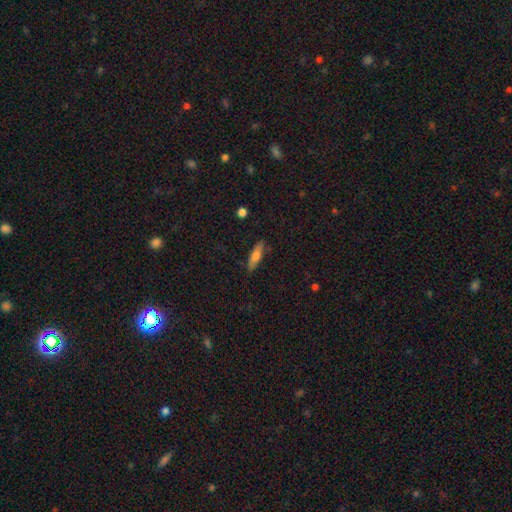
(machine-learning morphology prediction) The model was most divided on "how rounded": cigar-shaped: 66%, in between: 32%, round: 2%. More confident: merging — none (85%); smooth or featured — smooth (66%).